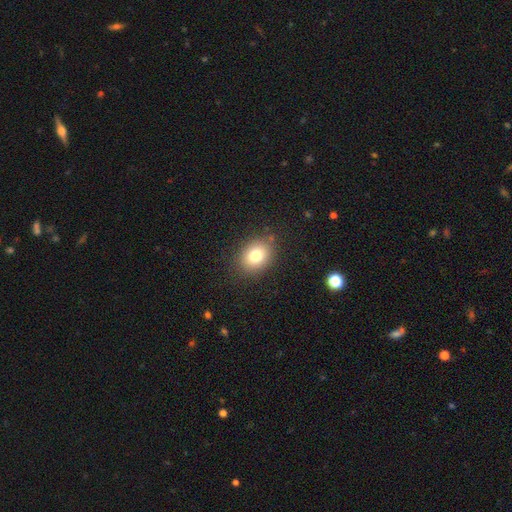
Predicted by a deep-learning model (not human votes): Morphology: type=smooth (78%); roundness=in between (56%); merging=none (83%).